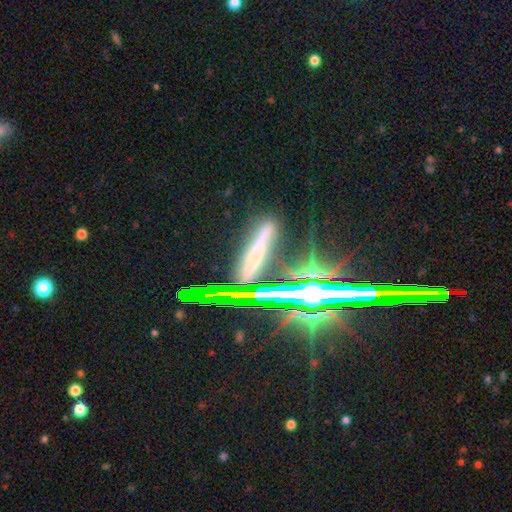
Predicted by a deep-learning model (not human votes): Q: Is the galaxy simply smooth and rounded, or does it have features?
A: star or artifact — 43%.